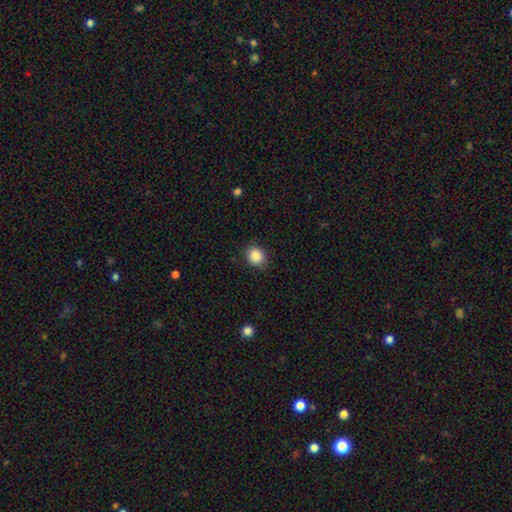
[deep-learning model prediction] A smooth galaxy with no disk features (87%) that is round (77%).

Vote fractions:
- Smooth or featured? smooth: 87% / star or artifact: 9% / featured or disk: 4%
- How rounded? round: 77% / in between: 22% / cigar-shaped: 1%
- Merging? none: 85% / minor disturbance: 11% / major disturbance: 3% / merger: 1%